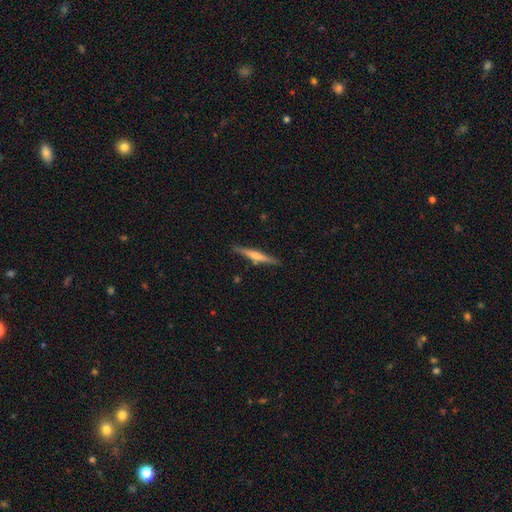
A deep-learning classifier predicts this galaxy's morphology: Smooth or featured?
  - featured or disk: 64% *
  - smooth: 30%
  - star or artifact: 6%
Edge-on disk?
  - yes: 98% *
  - no: 2%
Edge-on bulge?
  - rounded: 65% *
  - none: 22%
  - boxy: 12%
Merging?
  - none: 89% *
  - minor disturbance: 8%
  - major disturbance: 2%
  - merger: 1%